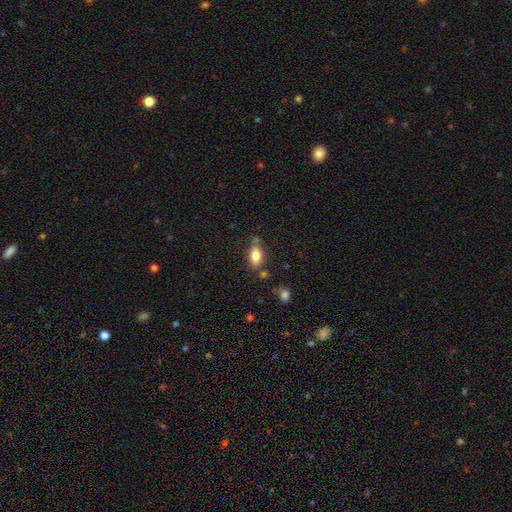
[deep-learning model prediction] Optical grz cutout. It shows a smooth galaxy with no disk features (81%) that is in between round and cigar-shaped (87%). Merging: none (70%).